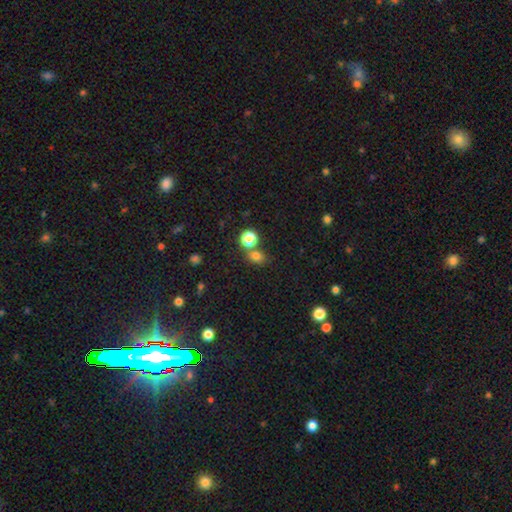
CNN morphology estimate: The model was most divided on "how rounded": round: 63%, in between: 36%, cigar-shaped: 1%. More confident: smooth or featured — smooth (75%); merging — none (64%).